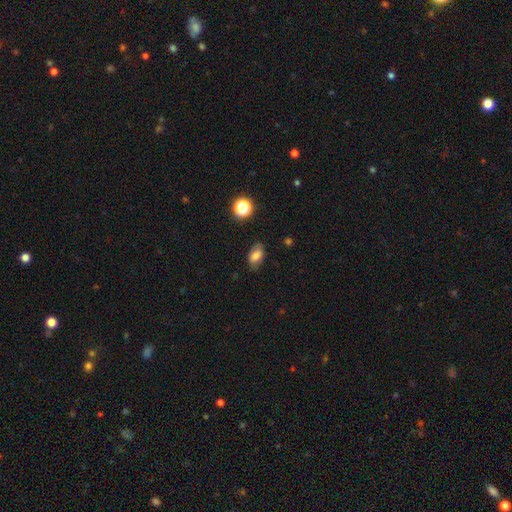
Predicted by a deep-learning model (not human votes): Morphology: type=smooth (77%); roundness=in between (87%); merging=none (79%).